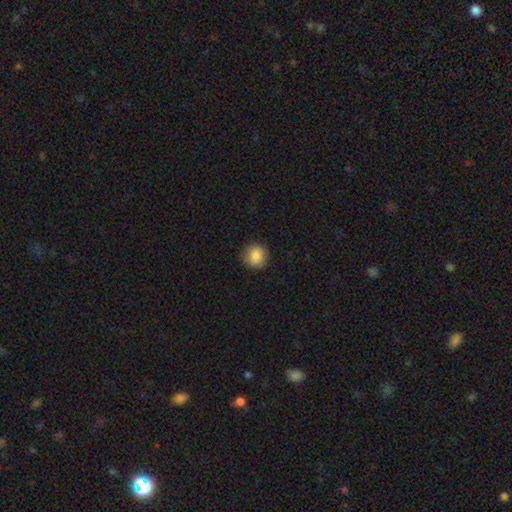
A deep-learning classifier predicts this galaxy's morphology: Smooth or featured? smooth (87%)
How rounded? round (90%)
Merging? none (88%)